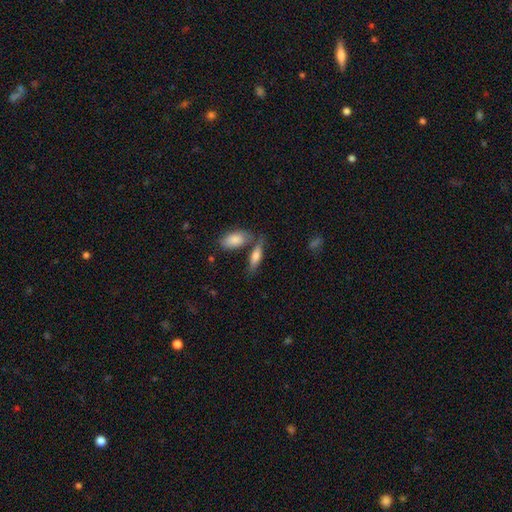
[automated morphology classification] This appears to be a smooth galaxy with no disk features (69%) that is in between round and cigar-shaped (53%). Merging: none (59%).